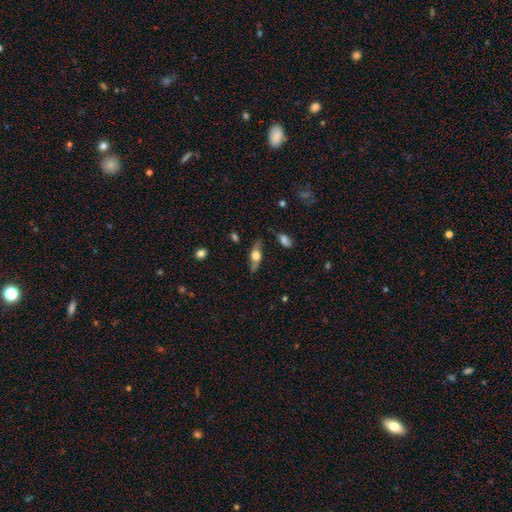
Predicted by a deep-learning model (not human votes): smooth_or_featured: featured or disk (p=0.57) [alt: smooth p=0.35]
disk_edge_on: yes (p=0.66) [alt: no p=0.34]
merging: none (p=0.67) [alt: minor disturbance p=0.21]